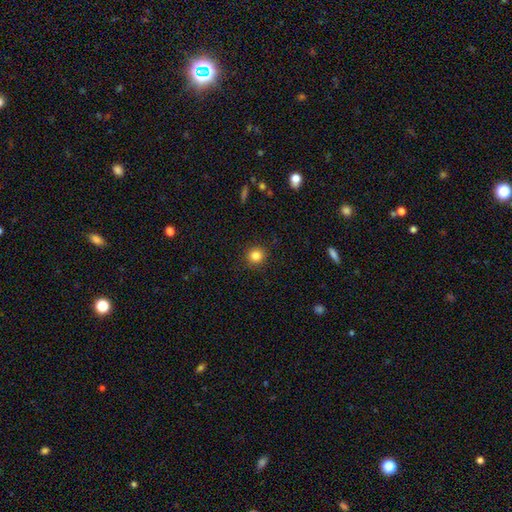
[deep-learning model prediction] A smooth galaxy with no disk features (84%) that is round (93%).

Vote fractions:
- Smooth or featured? smooth: 84% / star or artifact: 11% / featured or disk: 5%
- How rounded? round: 93% / in between: 6% / cigar-shaped: 1%
- Merging? none: 91% / minor disturbance: 6% / major disturbance: 2% / merger: 1%